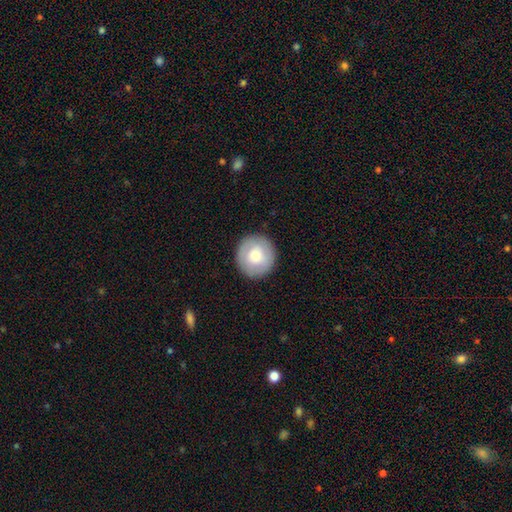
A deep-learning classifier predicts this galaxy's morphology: smooth-or-featured: smooth: 70% | featured or disk: 24% | star or artifact: 7%
  how-rounded: round: 94% | in between: 5% | cigar-shaped: 1%
  merging: none: 90% | minor disturbance: 7% | major disturbance: 2% | merger: 1%